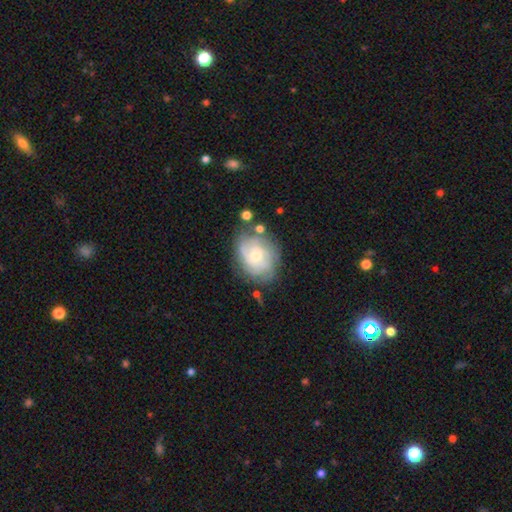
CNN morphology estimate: Smooth or featured: featured or disk — 76% (smooth — 17%)
Edge-on disk: no — 97% (yes — 3%)
Bar: no — 73% (weak — 23%)
Spiral arms: yes — 92% (no — 8%)
Spiral winding: tight — 61% (medium — 30%)
Spiral arm count: can't tell — 37% (3 — 20%)
Bulge size: moderate — 53% (small — 42%)
Merging: none — 71% (minor disturbance — 18%)